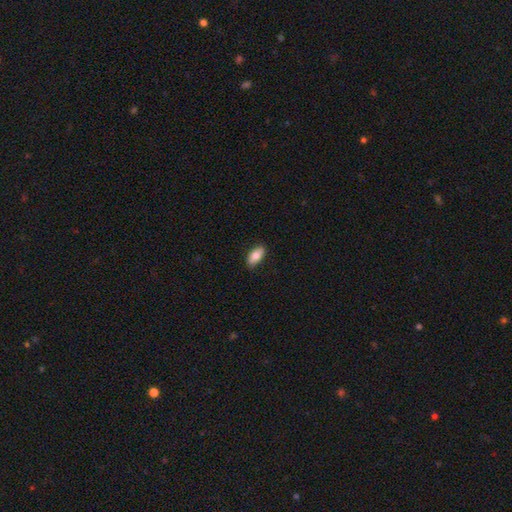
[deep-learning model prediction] Overall: smooth (78%). How rounded: in between (90%). Merging: none (85%).